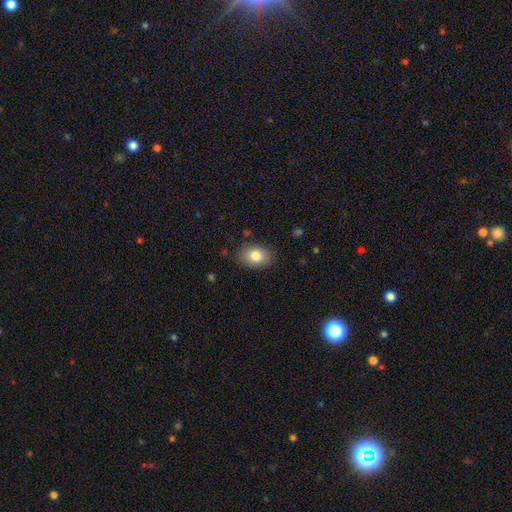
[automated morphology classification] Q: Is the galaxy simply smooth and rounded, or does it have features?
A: smooth — 82%.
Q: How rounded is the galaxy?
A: in between — 72%.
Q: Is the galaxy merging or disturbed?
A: none — 85%.